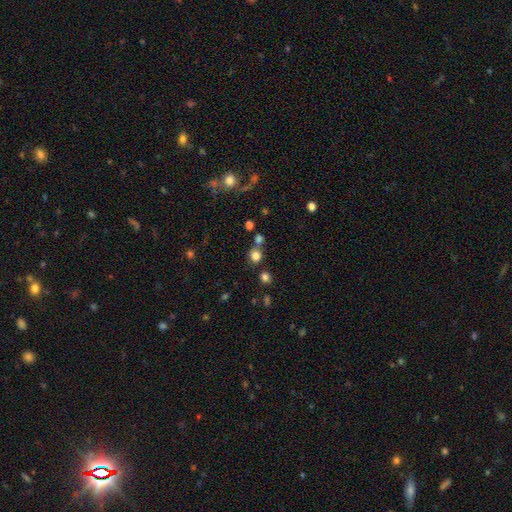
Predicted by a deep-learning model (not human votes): Smooth or featured? smooth (79%)
How rounded? round (81%)
Merging? none (69%)